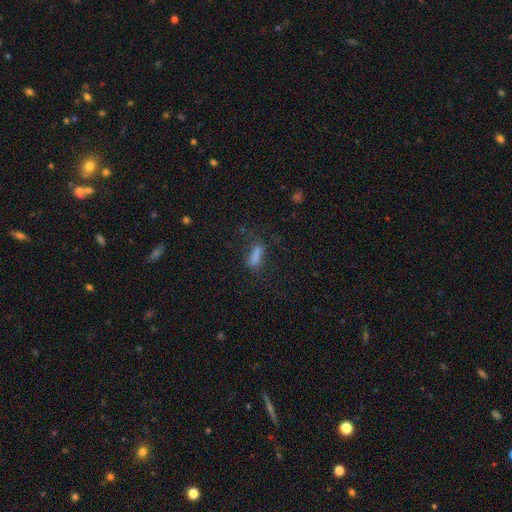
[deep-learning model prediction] smooth 74%, star or artifact 14%, featured or disk 12%. Down the decision tree: how rounded — in between (50%); merging — none (55%).